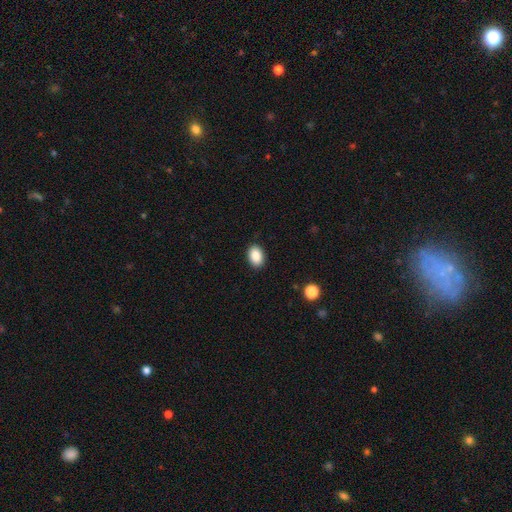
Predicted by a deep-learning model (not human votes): Smooth or featured: smooth — 88% (star or artifact — 8%)
How rounded: in between — 82% (round — 17%)
Merging: none — 90% (minor disturbance — 7%)